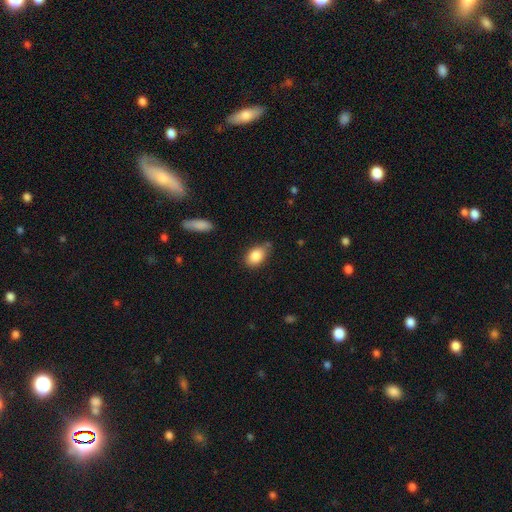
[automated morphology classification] This is clearly a smooth galaxy (86%). How rounded: clearly in between (85%). Merging: likely none (67%).